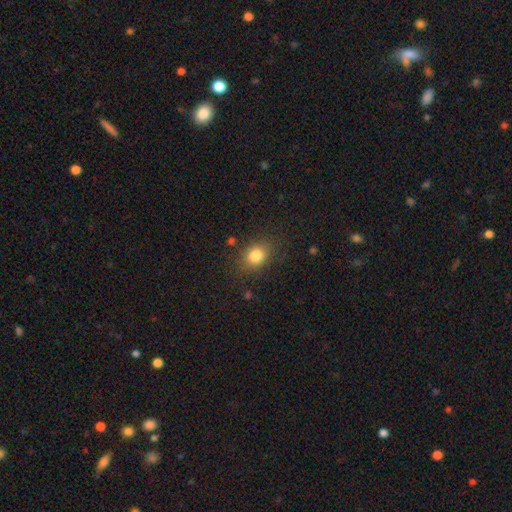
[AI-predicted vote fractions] Smooth or featured?
  - smooth: 82% *
  - star or artifact: 11%
  - featured or disk: 7%
How rounded?
  - in between: 57% *
  - round: 42%
  - cigar-shaped: 1%
Merging?
  - none: 81% *
  - minor disturbance: 12%
  - major disturbance: 4%
  - merger: 2%